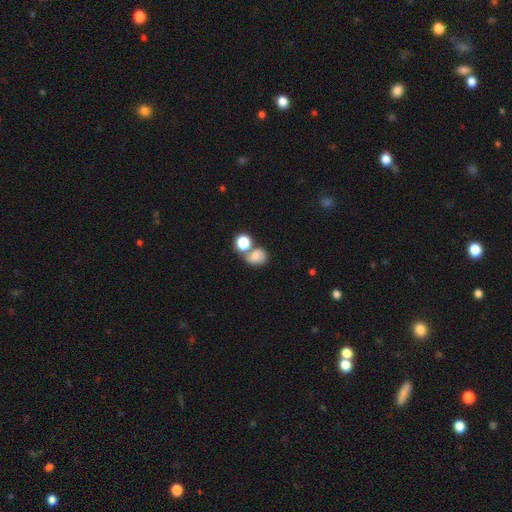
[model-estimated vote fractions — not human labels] Overall: smooth (76%). How rounded: round (54%; in between 44%). Merging: merger (45%; none 36%).